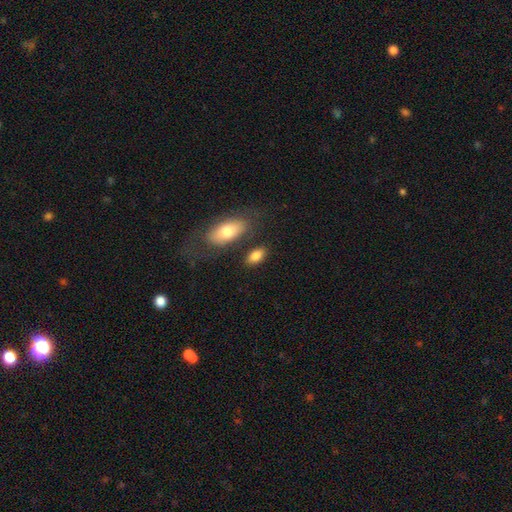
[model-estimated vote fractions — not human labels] Smooth or featured?
  - smooth: 83% *
  - featured or disk: 10%
  - star or artifact: 7%
How rounded?
  - in between: 89% *
  - cigar-shaped: 6%
  - round: 5%
Merging?
  - none: 75% *
  - minor disturbance: 11%
  - merger: 9%
  - major disturbance: 4%